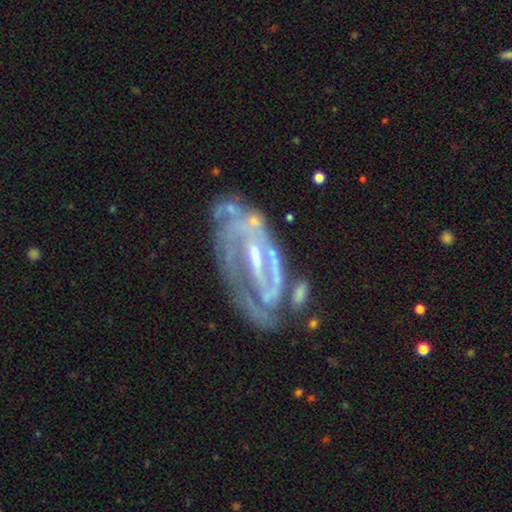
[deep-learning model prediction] This appears to be a featured or disk galaxy (82%) with a strong bar (38%, tied with weak), 2 (39%) tight (53%) spiral arms (81%) and a small central bulge (55%). Merging: none (54%).